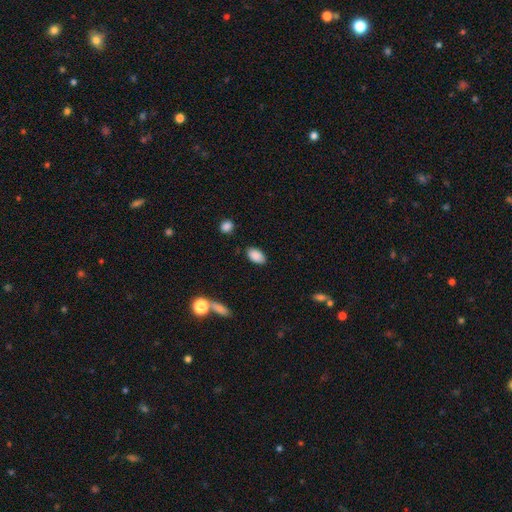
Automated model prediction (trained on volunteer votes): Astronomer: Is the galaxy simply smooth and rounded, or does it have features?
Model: smooth — 88%.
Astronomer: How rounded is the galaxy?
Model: in between — 93%.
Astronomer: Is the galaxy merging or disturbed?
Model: none — 84%.